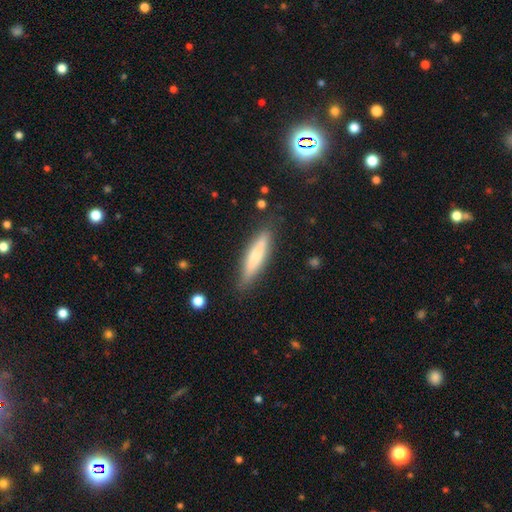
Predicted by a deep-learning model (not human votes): Overall: smooth (57%; featured or disk 37%). How rounded: cigar-shaped (79%). Merging: none (83%).